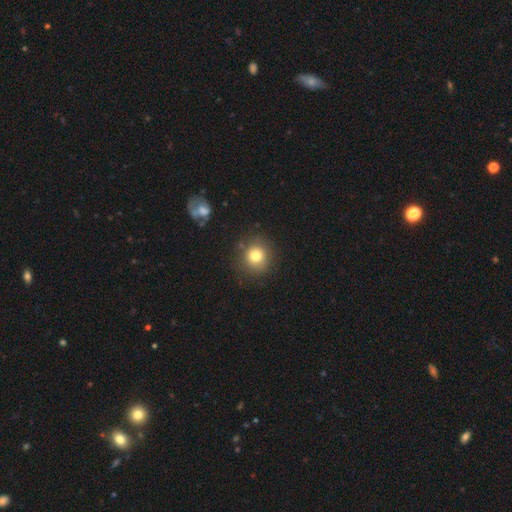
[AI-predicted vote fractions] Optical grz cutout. It shows a smooth galaxy with no disk features (78%) that is round (90%). Merging: none (85%).